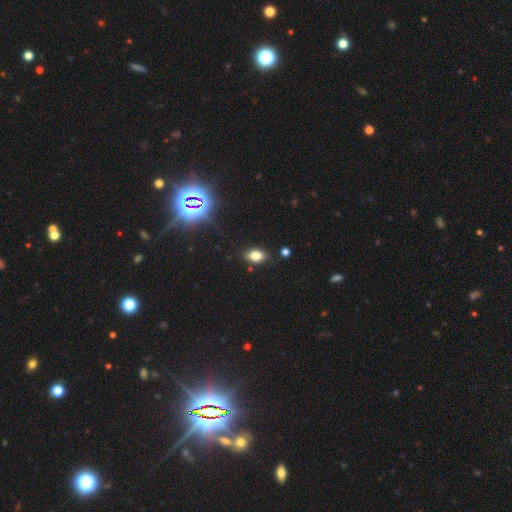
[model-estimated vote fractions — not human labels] Smooth or featured: smooth — 78% (star or artifact — 14%)
How rounded: in between — 83% (round — 15%)
Merging: none — 84% (minor disturbance — 11%)